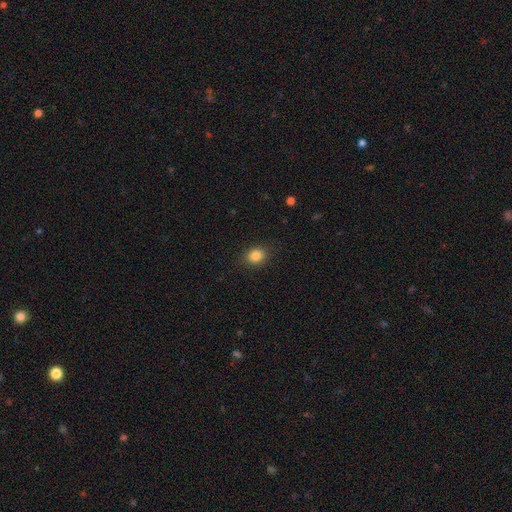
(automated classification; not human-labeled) Overall: smooth (84%). How rounded: round (51%; in between 48%). Merging: none (88%).